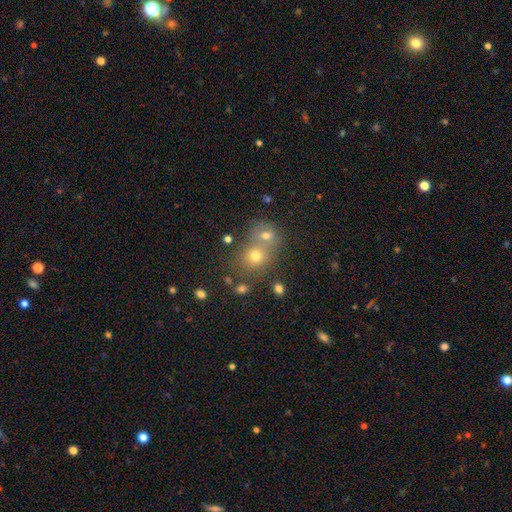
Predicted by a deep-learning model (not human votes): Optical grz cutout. It shows a smooth galaxy with no disk features (64%) that is round (74%). Merging: merger (49%).